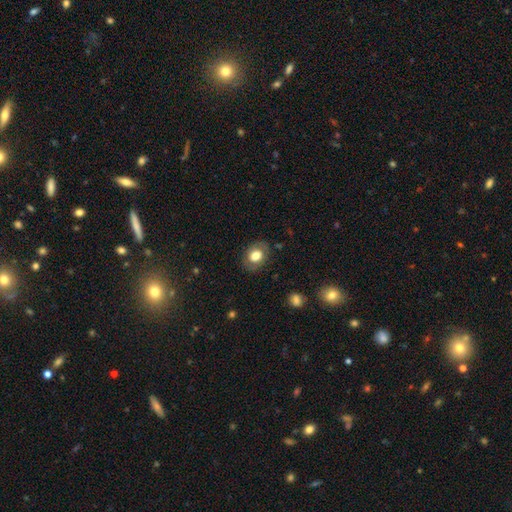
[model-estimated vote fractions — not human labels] smooth_or_featured: smooth (p=0.71) [alt: featured or disk p=0.21]
how_rounded: in between (p=0.60) [alt: round p=0.39]
merging: none (p=0.82) [alt: minor disturbance p=0.13]